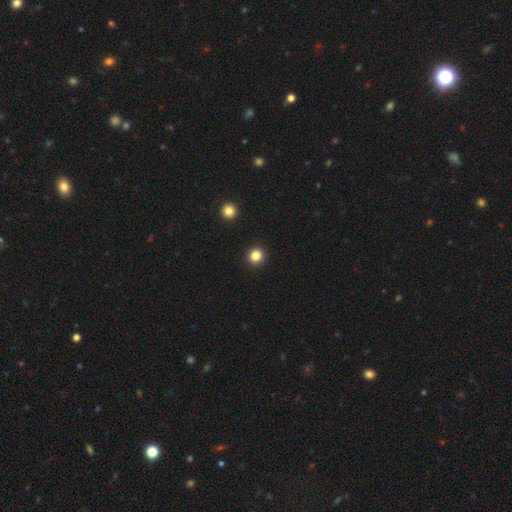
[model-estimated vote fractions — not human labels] Smooth or featured? Predicted: smooth (p=0.84). How rounded? Predicted: round (p=0.92). Merging? Predicted: none (p=0.93).